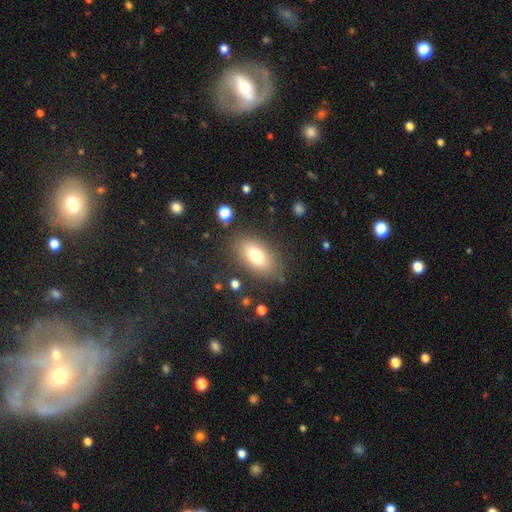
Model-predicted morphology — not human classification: A smooth galaxy with no disk features (75%) that is in between round and cigar-shaped (87%).

Vote fractions:
- Smooth or featured? smooth: 75% / featured or disk: 15% / star or artifact: 10%
- How rounded? in between: 87% / round: 8% / cigar-shaped: 5%
- Merging? none: 82% / minor disturbance: 11% / major disturbance: 5% / merger: 2%